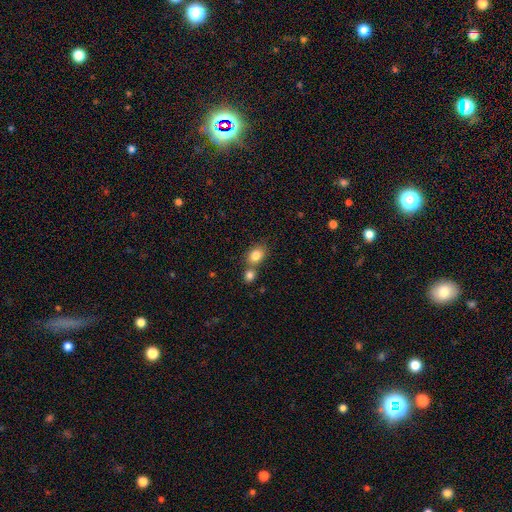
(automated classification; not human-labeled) smooth-or-featured: smooth: 83% | star or artifact: 9% | featured or disk: 8%
  how-rounded: in between: 58% | round: 41% | cigar-shaped: 1%
  merging: none: 50% | merger: 38% | minor disturbance: 10% | major disturbance: 3%